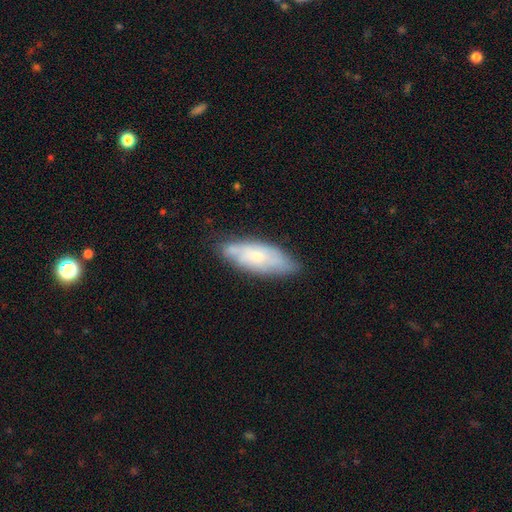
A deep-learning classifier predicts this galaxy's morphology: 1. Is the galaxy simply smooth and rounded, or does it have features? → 49% smooth, 44% featured or disk, 7% star or artifact.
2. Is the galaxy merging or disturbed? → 70% none, 23% minor disturbance, 5% major disturbance, 3% merger.